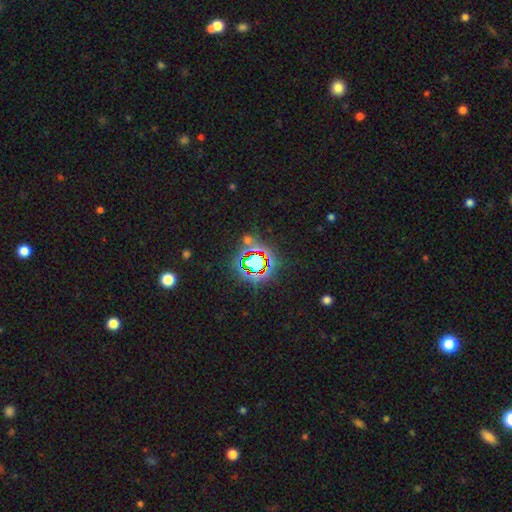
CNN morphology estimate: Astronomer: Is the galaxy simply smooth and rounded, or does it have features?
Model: star or artifact — 79%.